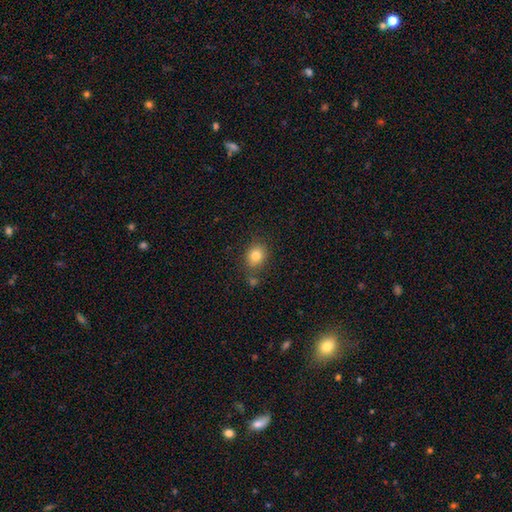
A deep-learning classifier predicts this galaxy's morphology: type=smooth (81%); roundness=round (58%); merging=none (75%).